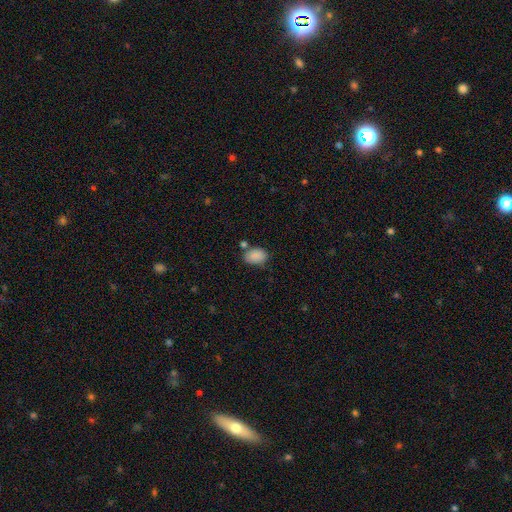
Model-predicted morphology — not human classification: This appears to be a smooth galaxy with no disk features (86%) that is in between round and cigar-shaped (81%). Merging: none (65%).